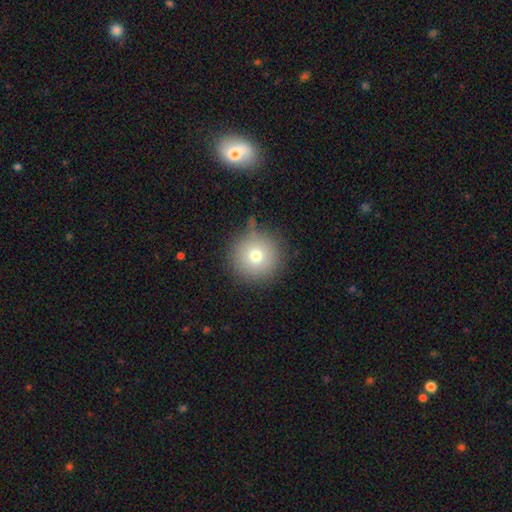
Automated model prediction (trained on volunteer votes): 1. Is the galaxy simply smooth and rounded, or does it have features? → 74% smooth, 13% featured or disk, 13% star or artifact.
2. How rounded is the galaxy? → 96% round, 3% in between, 1% cigar-shaped.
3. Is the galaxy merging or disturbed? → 84% none, 10% minor disturbance, 3% major disturbance, 3% merger.